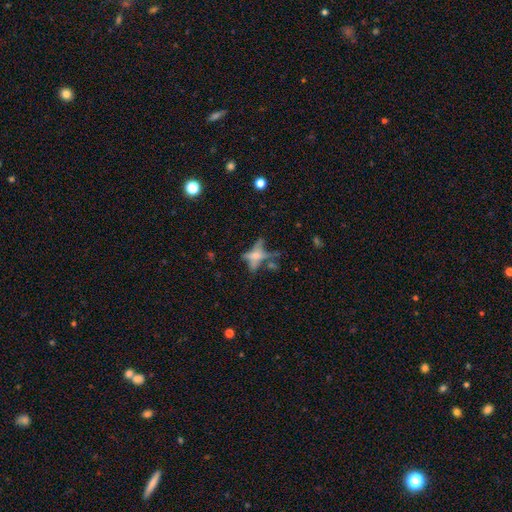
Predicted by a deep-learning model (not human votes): Smooth or featured? featured or disk (48%)
Merging? none (43%)